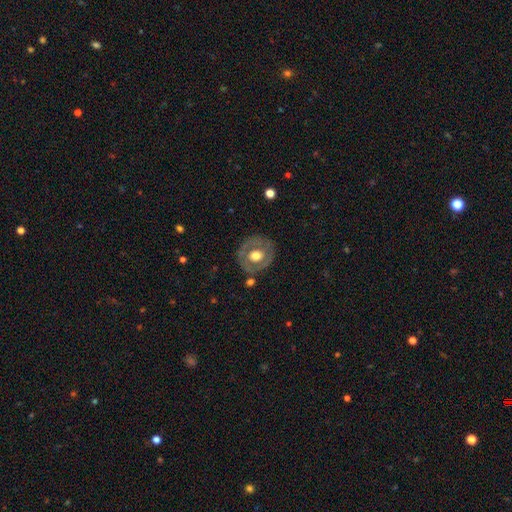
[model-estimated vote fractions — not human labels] Morphology: type=featured or disk (53%); edge-on=no (94%); merging=none (78%).